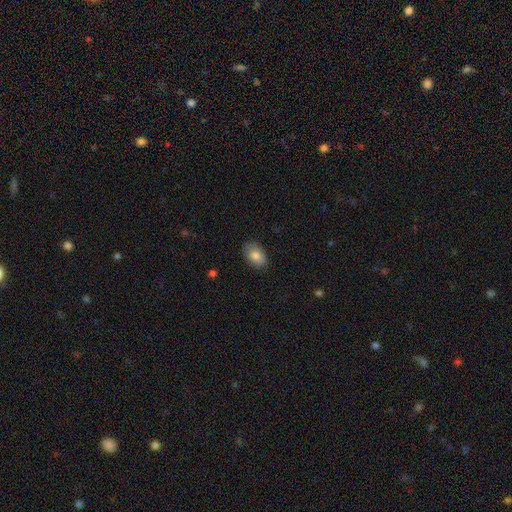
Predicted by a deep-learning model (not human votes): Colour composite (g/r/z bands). It shows a smooth galaxy with no disk features (81%) that is in between round and cigar-shaped (88%). Merging: none (83%).